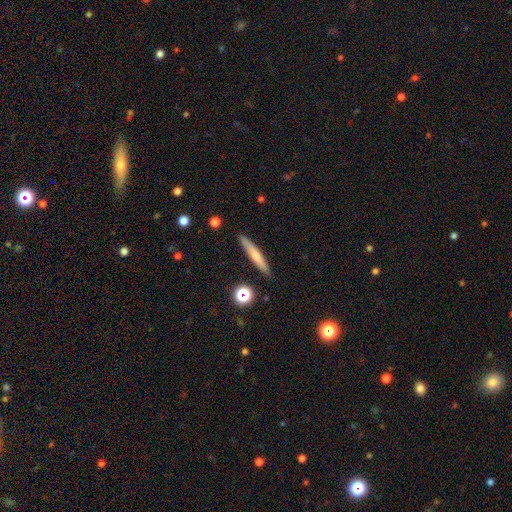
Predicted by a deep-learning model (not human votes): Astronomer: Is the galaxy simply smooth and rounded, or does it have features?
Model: smooth — 61%.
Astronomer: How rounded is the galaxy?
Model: cigar-shaped — 93%.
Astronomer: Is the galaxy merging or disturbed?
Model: none — 88%.